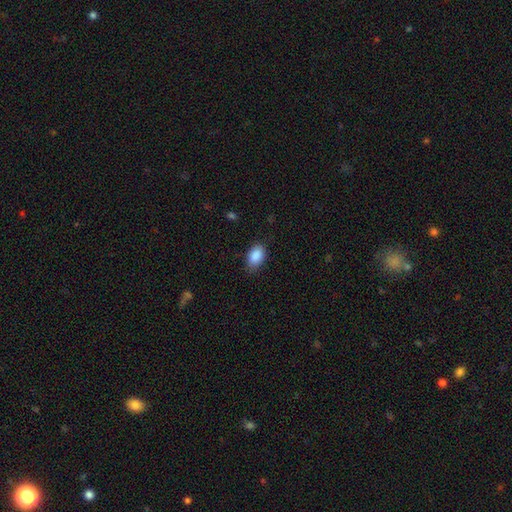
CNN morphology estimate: smooth-or-featured: smooth: 89% | star or artifact: 7% | featured or disk: 4%
  how-rounded: in between: 89% | round: 9% | cigar-shaped: 2%
  merging: none: 77% | minor disturbance: 19% | major disturbance: 4% | merger: 1%